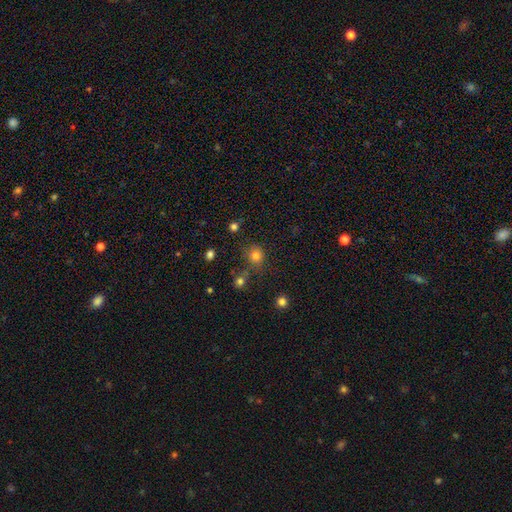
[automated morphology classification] This appears to be a smooth galaxy with no disk features (78%) that is round (81%). Merging: none (76%).